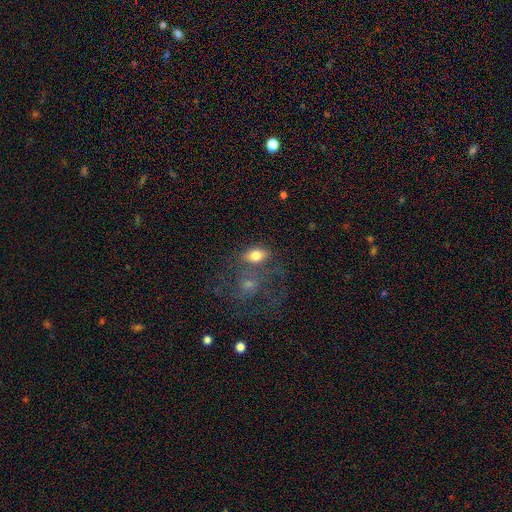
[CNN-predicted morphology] This appears to be a smooth galaxy with no disk features (76%) that is in between round and cigar-shaped (84%). Merging: none (51%).